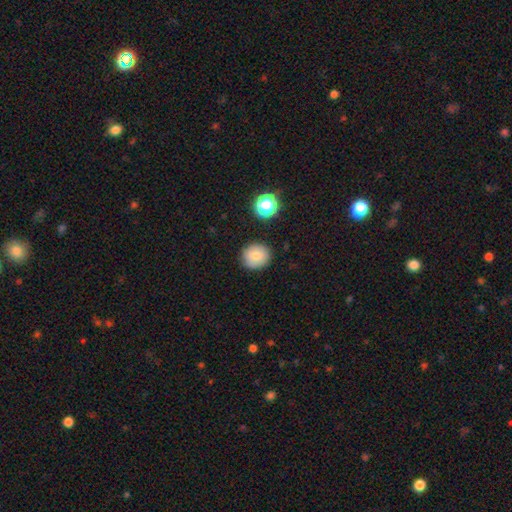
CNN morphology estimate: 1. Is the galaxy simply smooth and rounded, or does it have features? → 79% smooth, 11% star or artifact, 10% featured or disk.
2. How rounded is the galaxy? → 84% round, 16% in between, 1% cigar-shaped.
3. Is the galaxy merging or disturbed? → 85% none, 11% minor disturbance, 3% major disturbance, 2% merger.